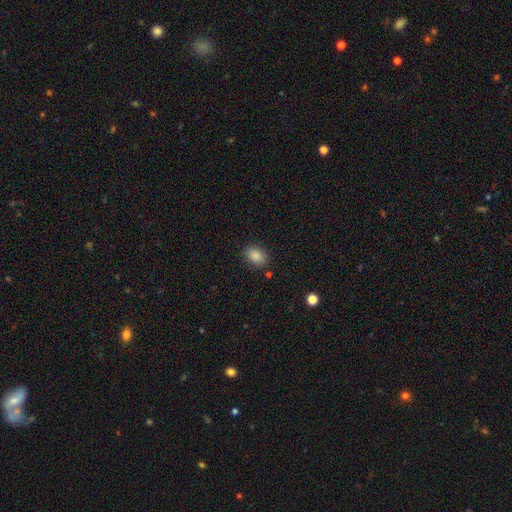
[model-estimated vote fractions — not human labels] The model was most divided on "how rounded": in between: 76%, round: 23%, cigar-shaped: 1%. More confident: smooth or featured — smooth (86%); merging — none (84%).